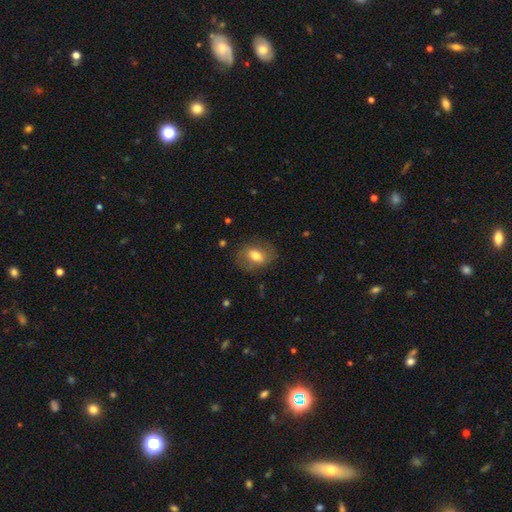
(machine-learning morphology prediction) A smooth galaxy with no disk features (67%) that is in between round and cigar-shaped (70%).

Vote fractions:
- Smooth or featured? smooth: 67% / featured or disk: 25% / star or artifact: 8%
- How rounded? in between: 70% / round: 28% / cigar-shaped: 2%
- Merging? none: 75% / minor disturbance: 16% / major disturbance: 7% / merger: 1%